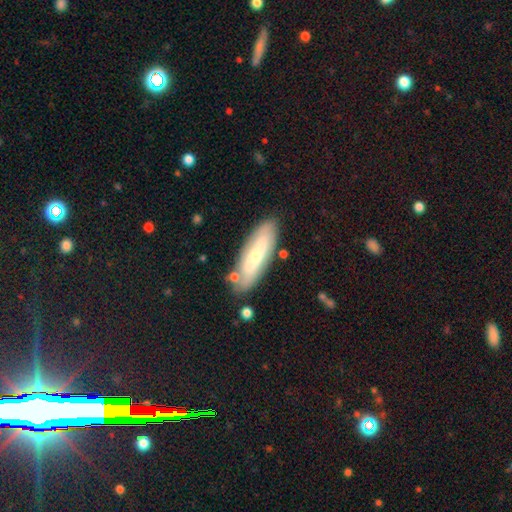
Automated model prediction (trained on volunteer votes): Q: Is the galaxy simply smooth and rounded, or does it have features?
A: smooth — 57%.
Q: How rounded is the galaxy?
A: in between — 50%.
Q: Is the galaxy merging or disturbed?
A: none — 79%.